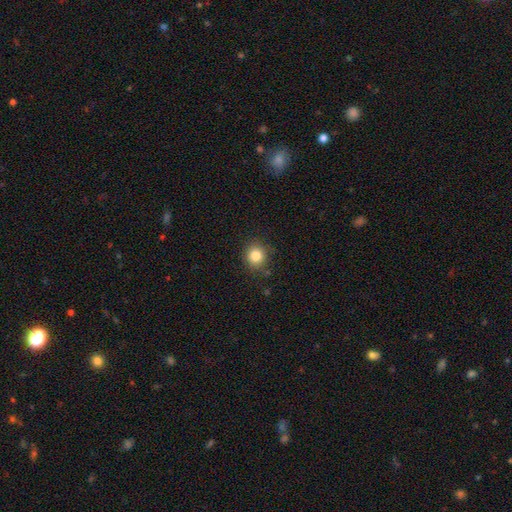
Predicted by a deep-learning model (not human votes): smooth-or-featured: smooth: 83% | star or artifact: 11% | featured or disk: 6%
  how-rounded: round: 87% | in between: 12% | cigar-shaped: 1%
  merging: none: 85% | minor disturbance: 11% | major disturbance: 3% | merger: 2%